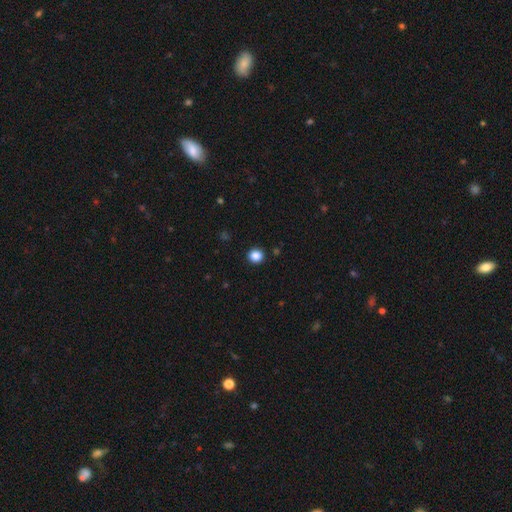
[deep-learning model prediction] Q: Smooth or featured?
A: smooth (86%); runner-up: star or artifact (11%)
Q: How rounded?
A: round (88%); runner-up: in between (11%)
Q: Merging?
A: none (93%); runner-up: minor disturbance (5%)